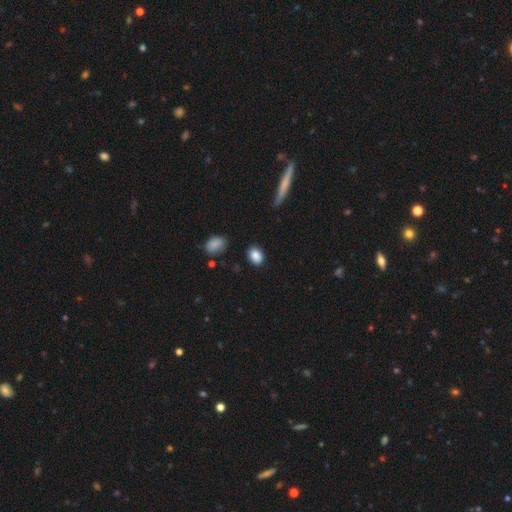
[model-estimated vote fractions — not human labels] This appears to be a smooth galaxy with no disk features (87%) that is in between round and cigar-shaped (68%). Merging: none (83%).